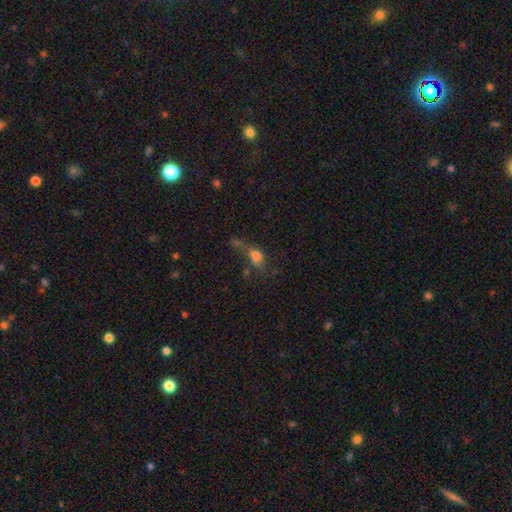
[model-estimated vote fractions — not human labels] Overall: smooth (62%). How rounded: in between (68%). Merging: major disturbance (33%; merger 30%).